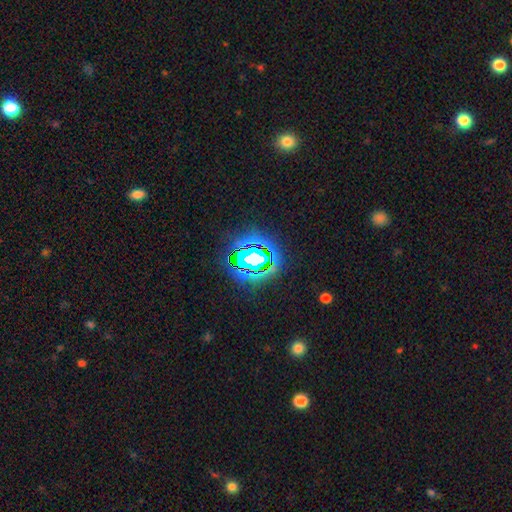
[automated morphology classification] Smooth or featured?
  - star or artifact: 74% *
  - smooth: 14%
  - featured or disk: 12%